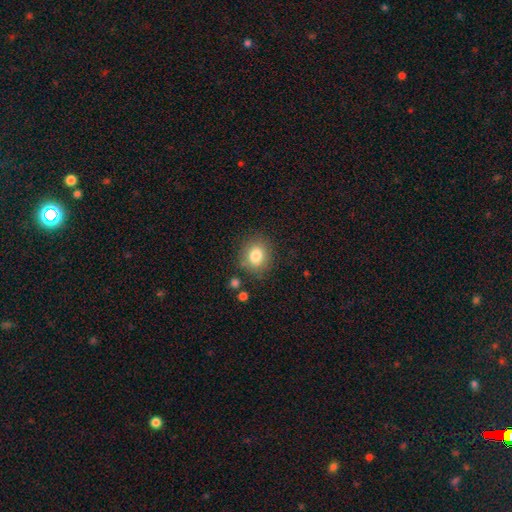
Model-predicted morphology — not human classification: A smooth galaxy with no disk features (82%) that is round (67%).

Vote fractions:
- Smooth or featured? smooth: 82% / star or artifact: 10% / featured or disk: 8%
- How rounded? round: 67% / in between: 32% / cigar-shaped: 1%
- Merging? none: 81% / minor disturbance: 12% / major disturbance: 4% / merger: 3%